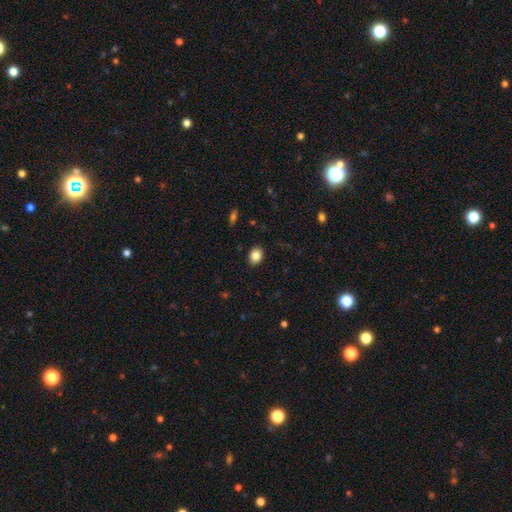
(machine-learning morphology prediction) Smooth or featured? smooth (85%)
How rounded? in between (59%)
Merging? none (90%)